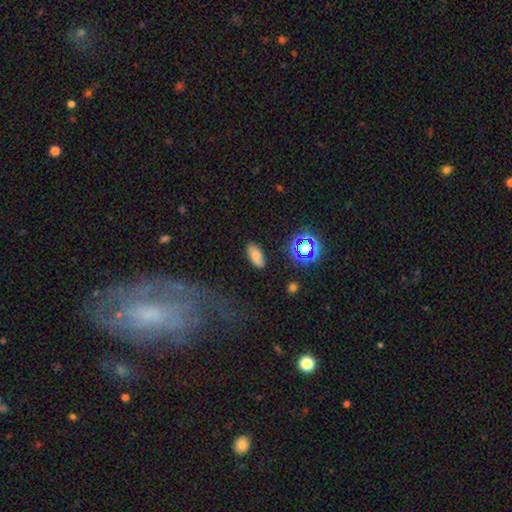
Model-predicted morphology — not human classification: smooth 70%, featured or disk 15%, star or artifact 15%. Down the decision tree: how rounded — in between (89%); merging — none (81%).